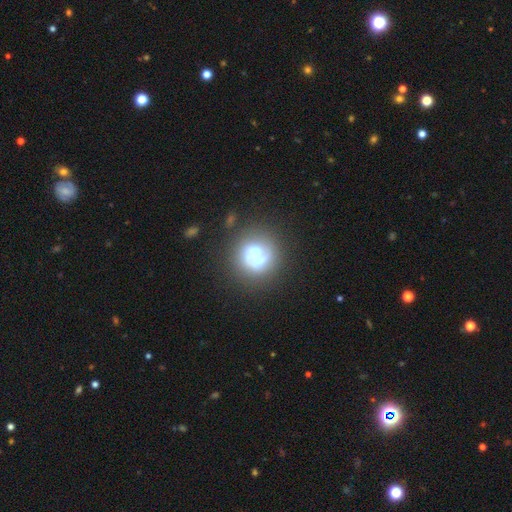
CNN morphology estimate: Smooth or featured? featured or disk (55%)
Edge-on disk? no (98%)
Bar? no (73%)
Spiral arms? no (52%)
Bulge size? moderate (43%)
Merging? none (51%)